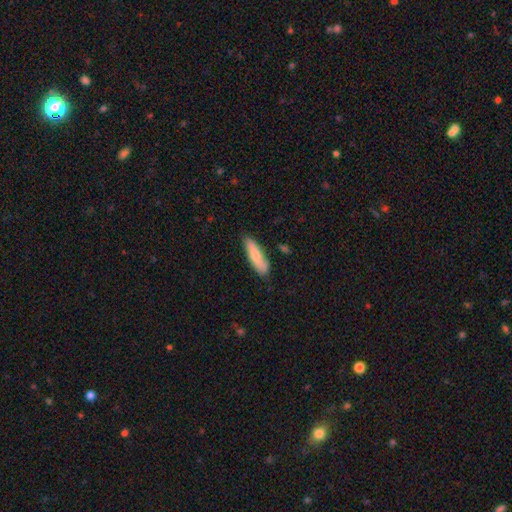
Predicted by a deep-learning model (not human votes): Smooth or featured: smooth — 76% (featured or disk — 19%)
How rounded: cigar-shaped — 58% (in between — 40%)
Merging: none — 79% (minor disturbance — 16%)